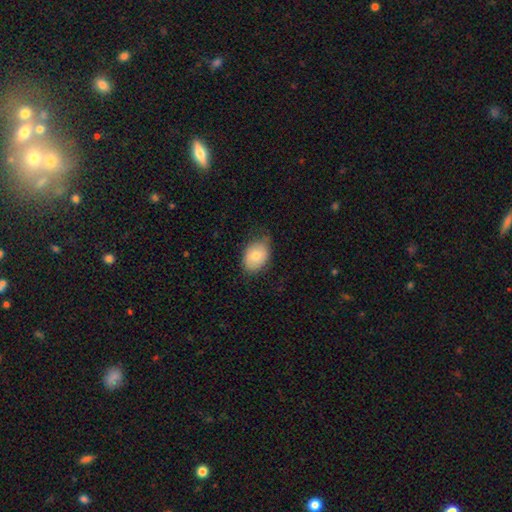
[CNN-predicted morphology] smooth-or-featured: smooth: 74% | featured or disk: 19% | star or artifact: 7%
  how-rounded: in between: 75% | round: 24% | cigar-shaped: 1%
  merging: none: 68% | minor disturbance: 26% | major disturbance: 5% | merger: 1%